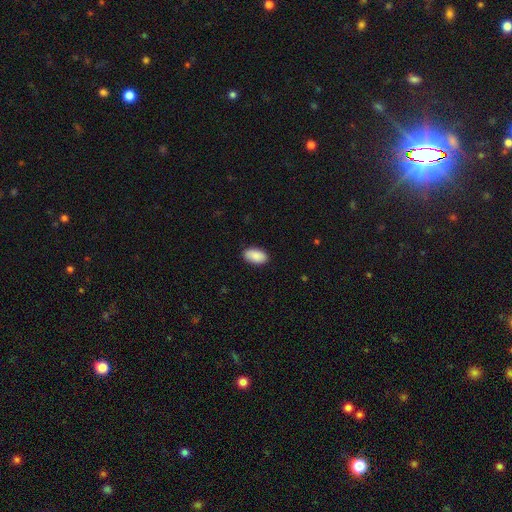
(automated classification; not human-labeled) A smooth galaxy with no disk features (89%) that is in between round and cigar-shaped (95%).

Vote fractions:
- Smooth or featured? smooth: 89% / star or artifact: 6% / featured or disk: 4%
- How rounded? in between: 95% / round: 3% / cigar-shaped: 2%
- Merging? none: 88% / minor disturbance: 9% / major disturbance: 2% / merger: 1%